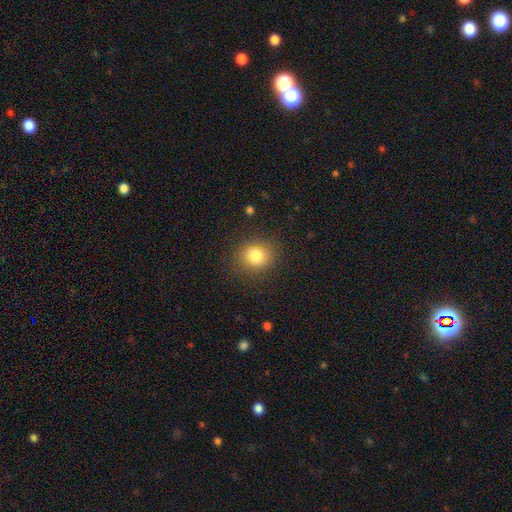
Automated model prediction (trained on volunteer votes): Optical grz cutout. It shows a smooth galaxy with no disk features (80%) that is round (78%). Merging: none (85%).